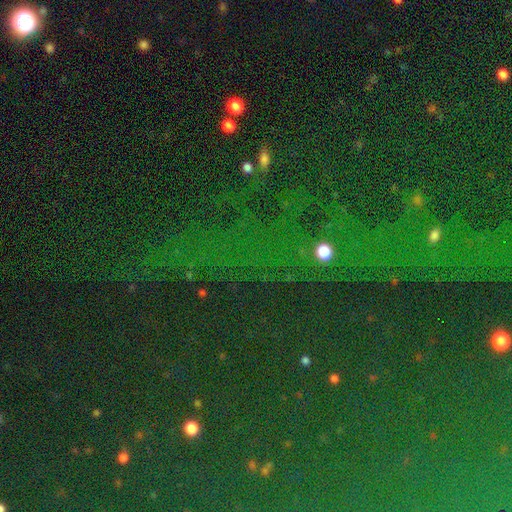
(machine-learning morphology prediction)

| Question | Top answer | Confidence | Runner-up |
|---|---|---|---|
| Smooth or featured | star or artifact | 80% | smooth (12%) |